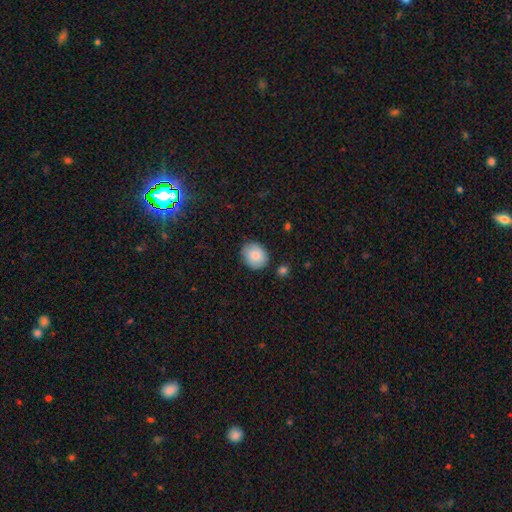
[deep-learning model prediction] The model was most divided on "how rounded": round: 61%, in between: 38%, cigar-shaped: 1%. More confident: merging — none (83%); smooth or featured — smooth (82%).